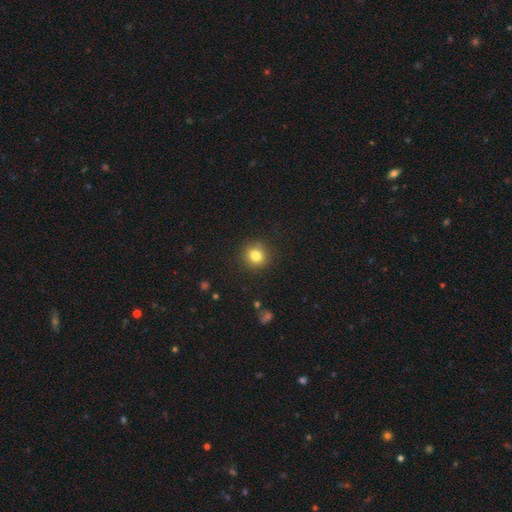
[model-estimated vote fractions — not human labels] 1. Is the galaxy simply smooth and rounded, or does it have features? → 82% smooth, 11% star or artifact, 7% featured or disk.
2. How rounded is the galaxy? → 90% round, 9% in between, 1% cigar-shaped.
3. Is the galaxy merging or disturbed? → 90% none, 7% minor disturbance, 2% major disturbance, 1% merger.